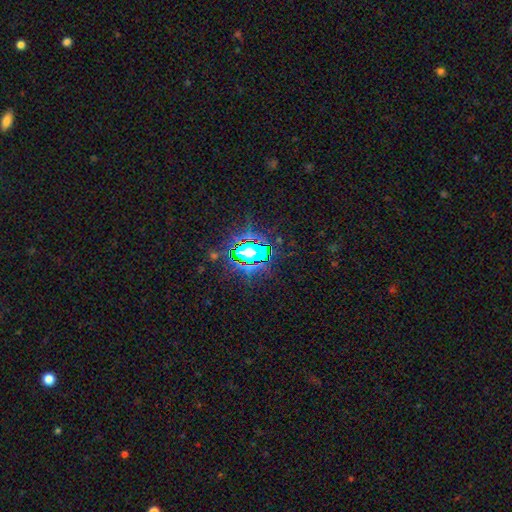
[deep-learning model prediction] This appears to be a star or artifact, not a galaxy (79%).